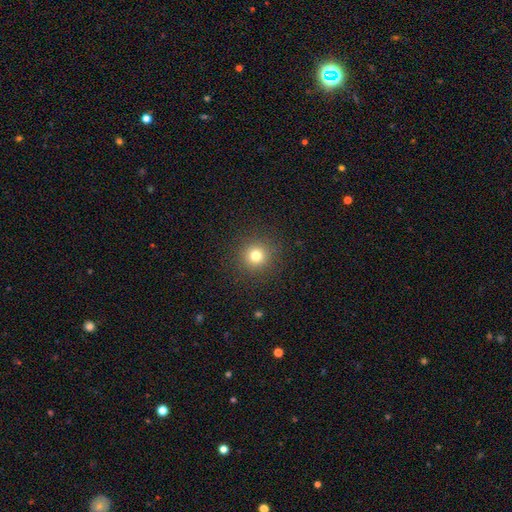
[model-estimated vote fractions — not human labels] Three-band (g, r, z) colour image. It shows a smooth galaxy with no disk features (77%) that is round (95%). Merging: none (91%).